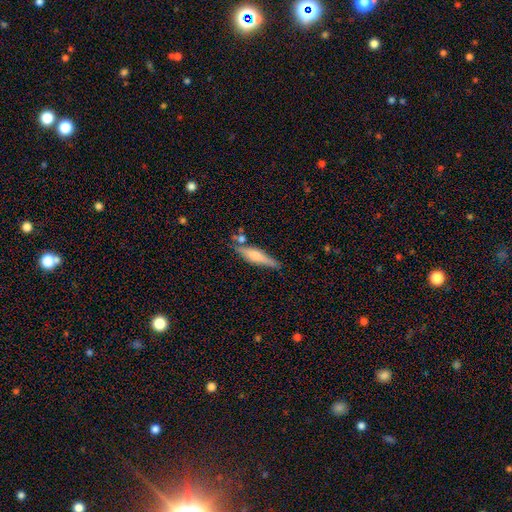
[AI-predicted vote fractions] This appears to be a smooth galaxy with no disk features (48%). Merging: none (77%).